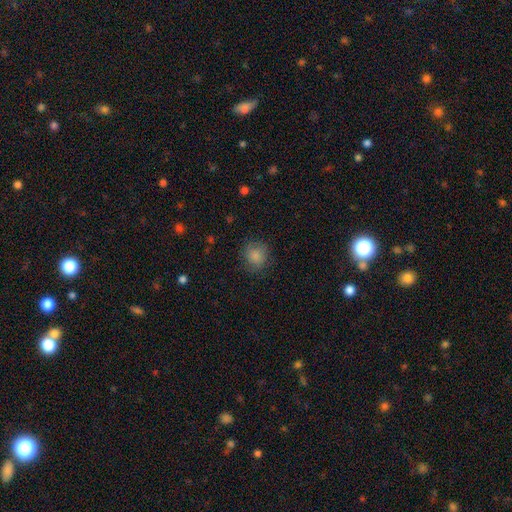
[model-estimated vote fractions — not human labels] This appears to be a smooth galaxy with no disk features (84%) that is round (86%). Merging: none (79%).